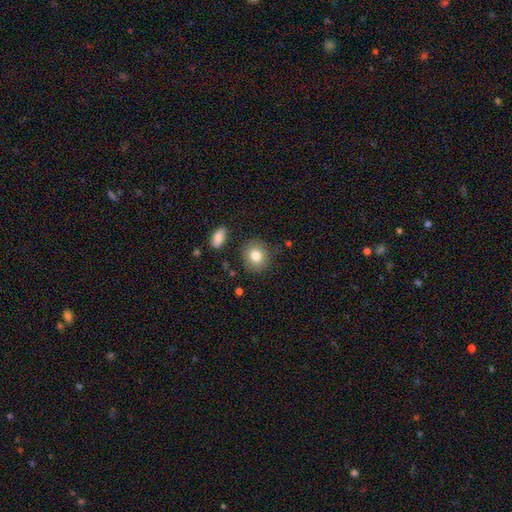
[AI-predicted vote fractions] Smooth or featured? Predicted: smooth (p=0.82). How rounded? Predicted: round (p=0.80). Merging? Predicted: none (p=0.85).